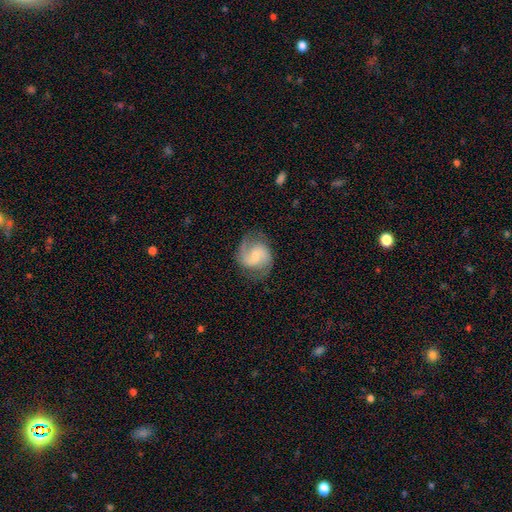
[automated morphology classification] A featured or disk galaxy (81%) with a weak bar (52%), 2 (89%) medium (54%) spiral arms (96%) and a small central bulge (48%). Merging: none (76%).